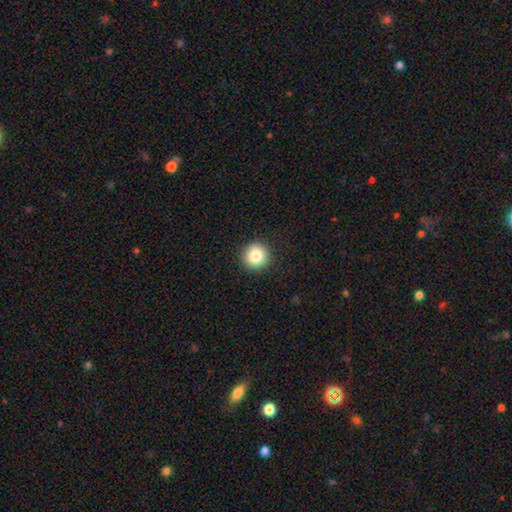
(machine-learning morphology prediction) Smooth or featured: smooth — 85% (star or artifact — 9%)
How rounded: round — 94% (in between — 5%)
Merging: none — 92% (minor disturbance — 5%)